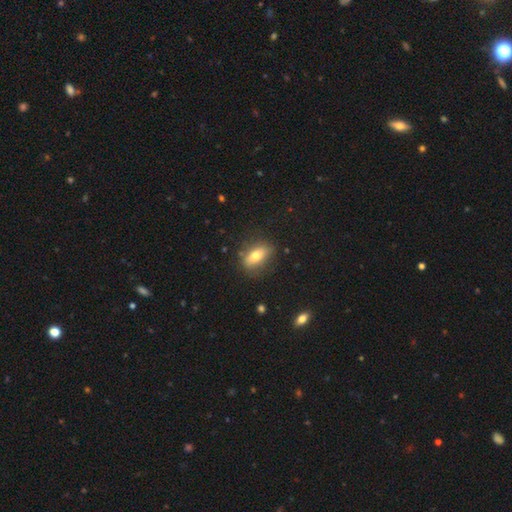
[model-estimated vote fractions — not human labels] Q: Smooth or featured?
A: smooth (70%); runner-up: featured or disk (21%)
Q: How rounded?
A: in between (80%); runner-up: cigar-shaped (11%)
Q: Merging?
A: none (76%); runner-up: minor disturbance (17%)